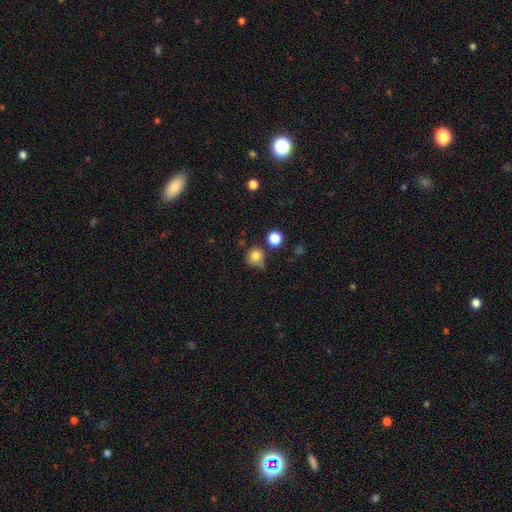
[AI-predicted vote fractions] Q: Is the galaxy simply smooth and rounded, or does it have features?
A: smooth — 80%.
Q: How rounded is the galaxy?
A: round — 89%.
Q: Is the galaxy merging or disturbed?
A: none — 63%.